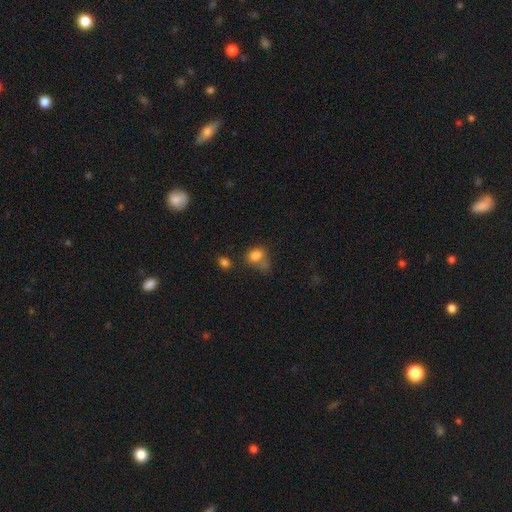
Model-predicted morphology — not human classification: Smooth or featured?
  - smooth: 80% *
  - star or artifact: 12%
  - featured or disk: 9%
How rounded?
  - in between: 55% *
  - round: 43%
  - cigar-shaped: 1%
Merging?
  - none: 39% *
  - minor disturbance: 24%
  - merger: 21%
  - major disturbance: 16%